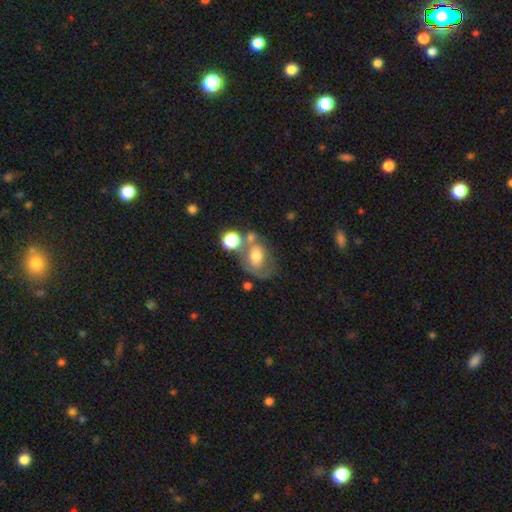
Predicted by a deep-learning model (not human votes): smooth-or-featured: smooth: 55% | featured or disk: 33% | star or artifact: 12%
  how-rounded: in between: 67% | round: 31% | cigar-shaped: 2%
  merging: none: 35% | merger: 31% | minor disturbance: 18% | major disturbance: 16%